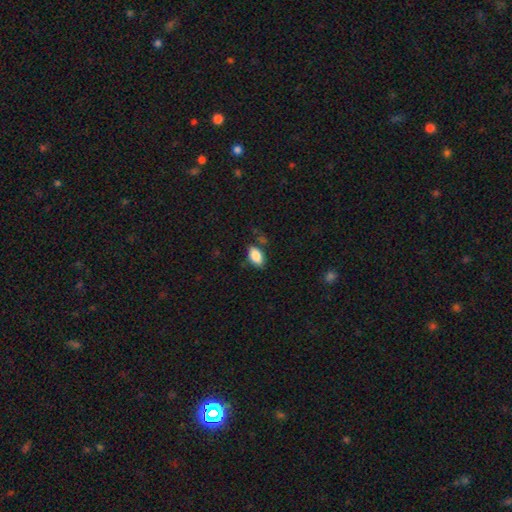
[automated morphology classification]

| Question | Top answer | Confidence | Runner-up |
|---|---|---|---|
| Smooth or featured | smooth | 86% | star or artifact (7%) |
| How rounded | in between | 91% | round (6%) |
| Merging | none | 76% | minor disturbance (17%) |